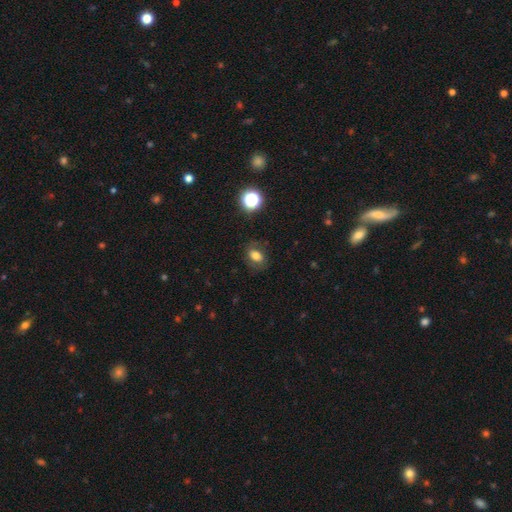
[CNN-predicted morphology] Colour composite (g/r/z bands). It shows a smooth galaxy with no disk features (71%) that is in between round and cigar-shaped (73%). Merging: none (76%).